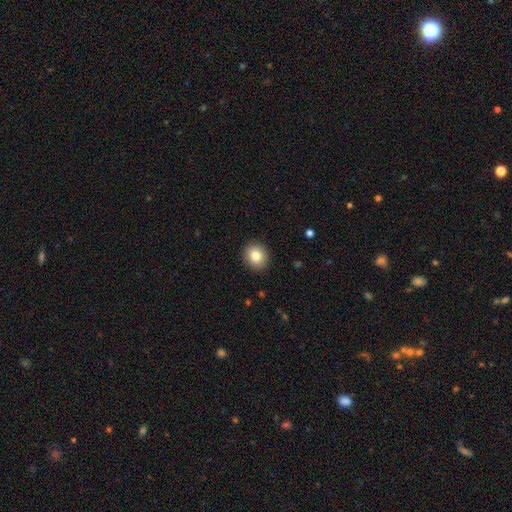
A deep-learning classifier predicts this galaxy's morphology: Overall: smooth (83%). How rounded: round (78%). Merging: none (91%).